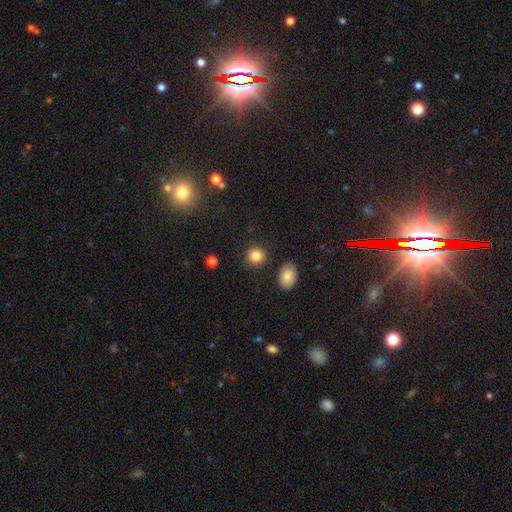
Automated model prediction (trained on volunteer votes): Smooth or featured? smooth (85%)
How rounded? round (88%)
Merging? none (88%)